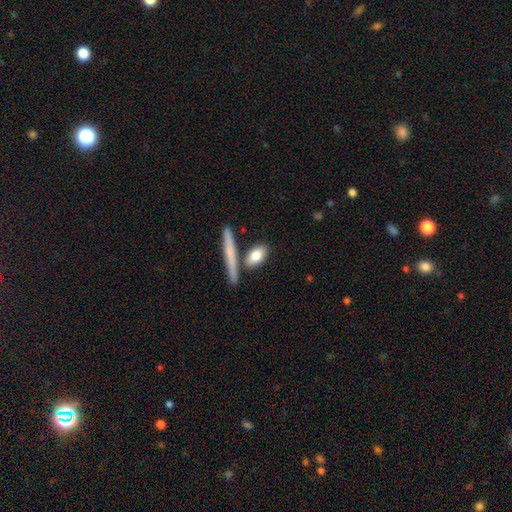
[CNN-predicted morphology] A smooth galaxy with no disk features (79%) that is in between round and cigar-shaped (67%).

Vote fractions:
- Smooth or featured? smooth: 79% / featured or disk: 15% / star or artifact: 6%
- How rounded? in between: 67% / cigar-shaped: 25% / round: 8%
- Merging? none: 69% / merger: 14% / minor disturbance: 13% / major disturbance: 4%